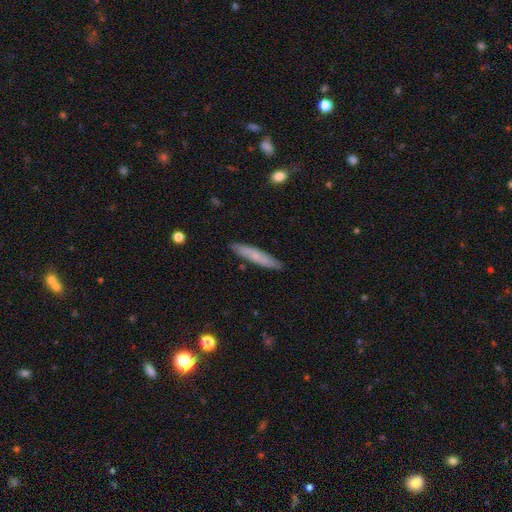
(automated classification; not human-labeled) smooth_or_featured: smooth (p=0.61) [alt: featured or disk p=0.33]
how_rounded: cigar-shaped (p=0.90) [alt: in between p=0.08]
merging: none (p=0.87) [alt: minor disturbance p=0.10]